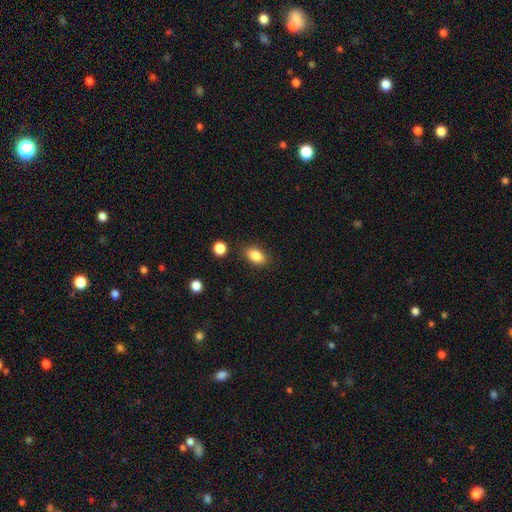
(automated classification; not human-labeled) Morphology: type=smooth (84%); roundness=in between (87%); merging=none (84%).